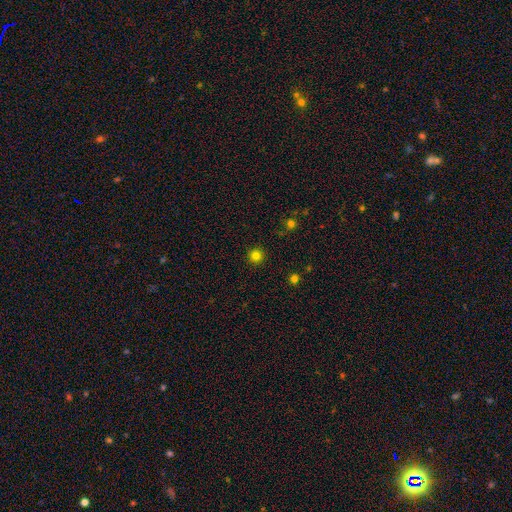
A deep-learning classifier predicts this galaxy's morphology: smooth_or_featured: smooth (p=0.81) [alt: star or artifact p=0.15]
how_rounded: round (p=0.96) [alt: in between p=0.03]
merging: none (p=0.92) [alt: minor disturbance p=0.05]